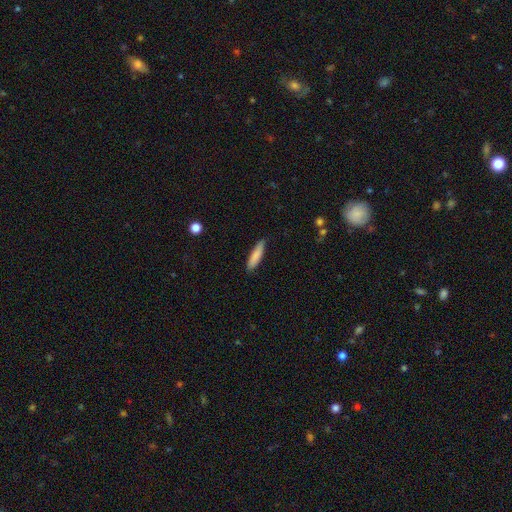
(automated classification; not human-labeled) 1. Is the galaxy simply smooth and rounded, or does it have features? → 84% smooth, 10% featured or disk, 6% star or artifact.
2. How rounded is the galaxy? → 77% cigar-shaped, 22% in between, 1% round.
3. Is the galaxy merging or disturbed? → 85% none, 12% minor disturbance, 2% major disturbance, 1% merger.